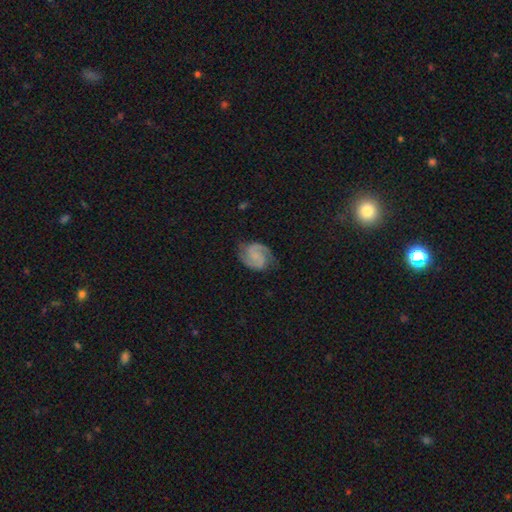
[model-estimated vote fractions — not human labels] The model was most divided on "spiral winding": medium: 51%, tight: 37%, loose: 12%. More confident: edge-on disk — no (98%); spiral arms — yes (98%); spiral arm count — 2 (92%); smooth or featured — featured or disk (86%); merging — none (79%); bar — no (54%); bulge size — none (52%).